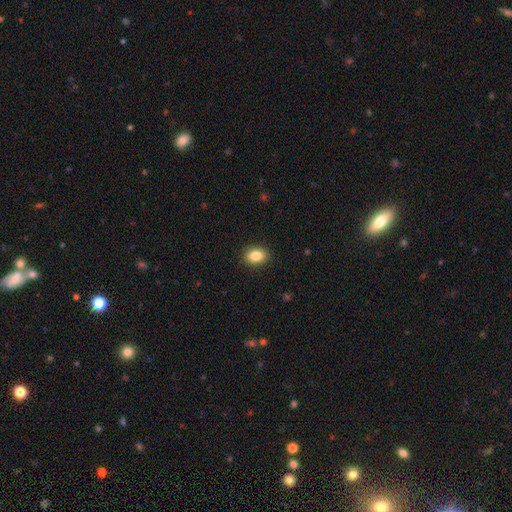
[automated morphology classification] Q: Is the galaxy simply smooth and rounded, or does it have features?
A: smooth — 86%.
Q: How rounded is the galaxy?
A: in between — 77%.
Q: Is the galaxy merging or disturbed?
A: none — 90%.